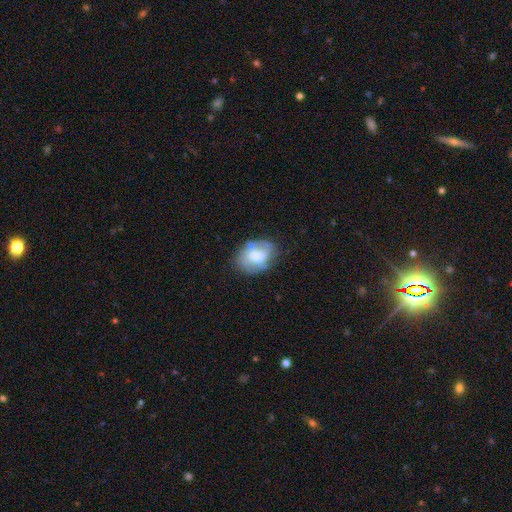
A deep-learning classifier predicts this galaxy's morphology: Smooth or featured: smooth — 49% (featured or disk — 44%)
Merging: none — 60% (minor disturbance — 25%)